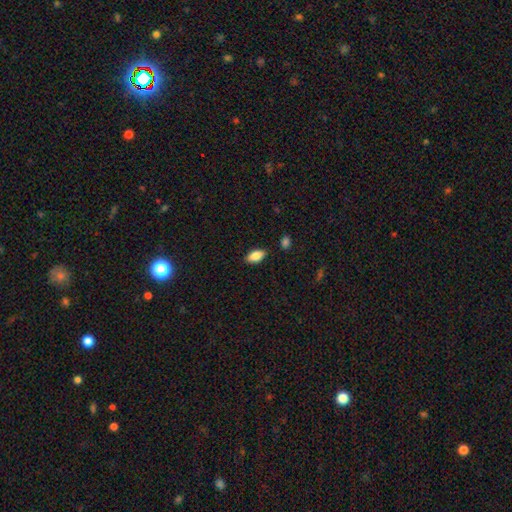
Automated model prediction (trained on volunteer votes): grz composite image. It shows a smooth galaxy with no disk features (85%) that is in between round and cigar-shaped (91%). Merging: none (86%).